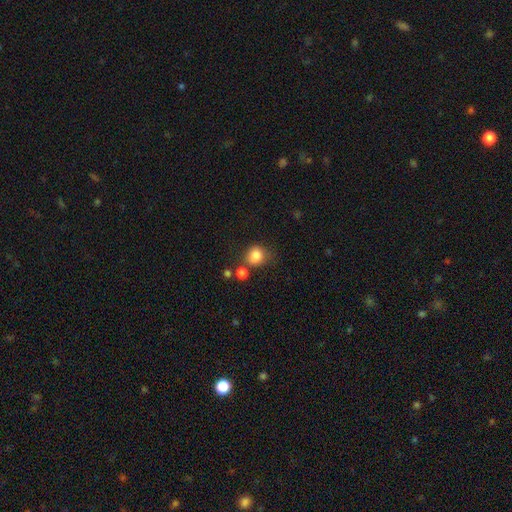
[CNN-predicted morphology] smooth_or_featured: smooth (p=0.83) [alt: star or artifact p=0.11]
how_rounded: round (p=0.73) [alt: in between p=0.26]
merging: none (p=0.60) [alt: minor disturbance p=0.19]